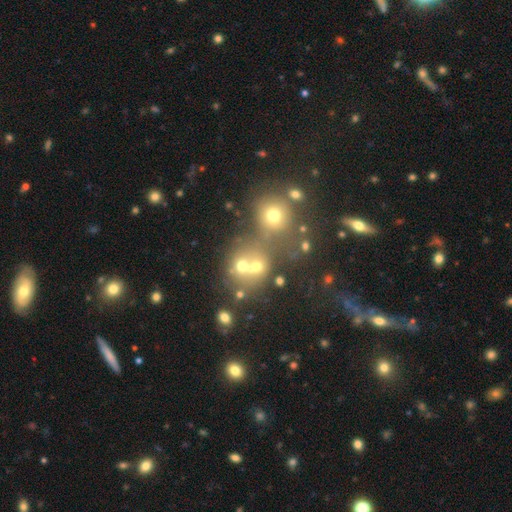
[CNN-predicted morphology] Smooth or featured?
  - smooth: 44% *
  - star or artifact: 41%
  - featured or disk: 15%
Merging?
  - none: 44% *
  - merger: 41%
  - minor disturbance: 8%
  - major disturbance: 7%